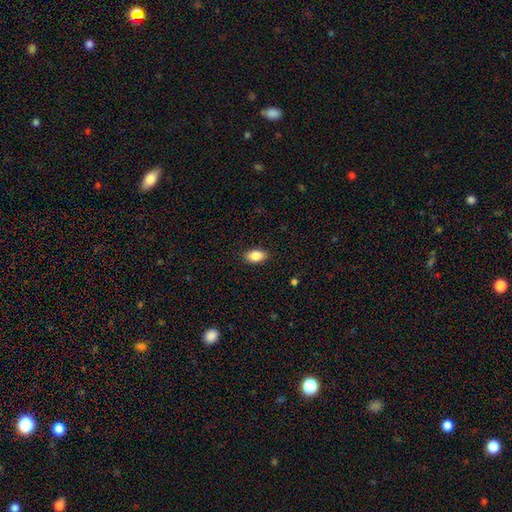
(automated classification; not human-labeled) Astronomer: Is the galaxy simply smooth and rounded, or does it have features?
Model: smooth — 86%.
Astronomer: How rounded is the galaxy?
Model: in between — 90%.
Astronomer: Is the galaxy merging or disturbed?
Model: none — 88%.